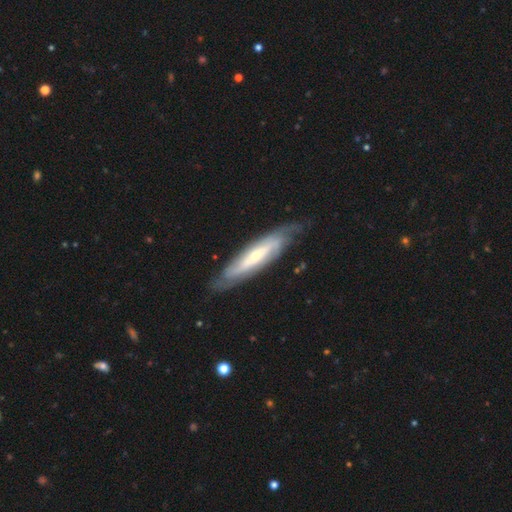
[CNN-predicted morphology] Q: Smooth or featured?
A: featured or disk (76%); runner-up: smooth (19%)
Q: Edge-on disk?
A: no (63%); runner-up: yes (37%)
Q: Merging?
A: none (75%); runner-up: minor disturbance (18%)